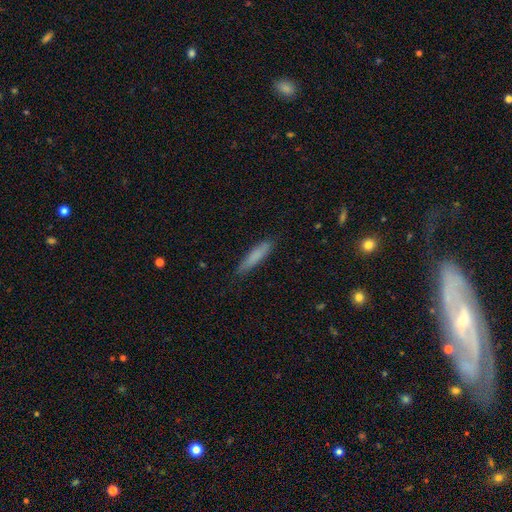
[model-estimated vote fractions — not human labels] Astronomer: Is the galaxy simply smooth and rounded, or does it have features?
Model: smooth — 78%.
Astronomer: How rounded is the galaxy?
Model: cigar-shaped — 88%.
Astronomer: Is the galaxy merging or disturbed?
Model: none — 85%.